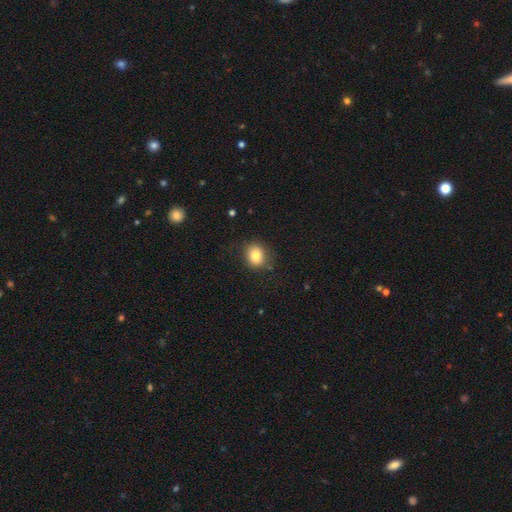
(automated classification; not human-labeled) smooth 82%, star or artifact 10%, featured or disk 8%. Down the decision tree: how rounded — round (64%); merging — none (83%).